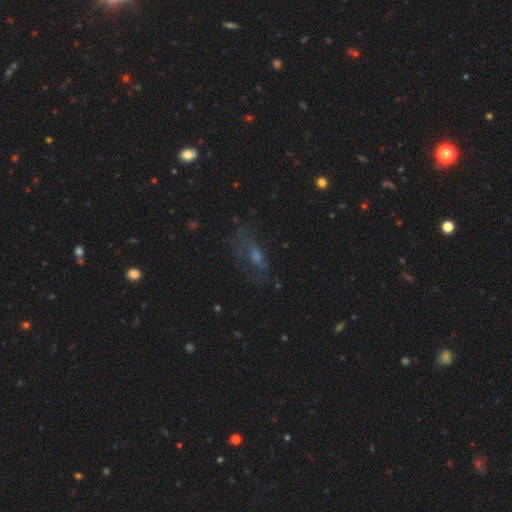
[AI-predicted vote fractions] smooth_or_featured: smooth (p=0.36) [alt: featured or disk p=0.34]
merging: none (p=0.61) [alt: minor disturbance p=0.20]